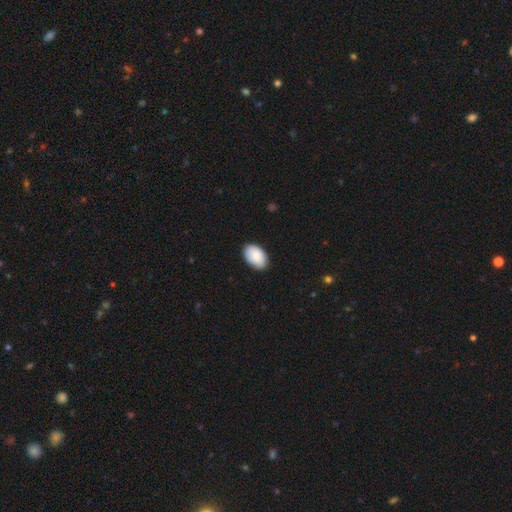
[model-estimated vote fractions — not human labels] smooth_or_featured: smooth (p=0.87) [alt: featured or disk p=0.07]
how_rounded: in between (p=0.91) [alt: round p=0.08]
merging: none (p=0.83) [alt: minor disturbance p=0.14]